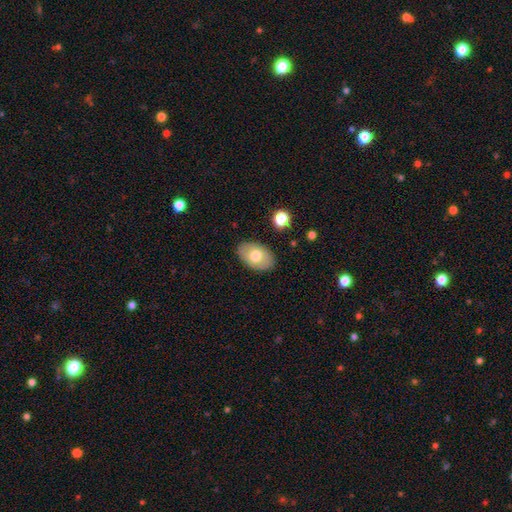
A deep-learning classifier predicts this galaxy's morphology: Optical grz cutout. It shows a smooth galaxy with no disk features (71%) that is in between round and cigar-shaped (90%). Merging: none (86%).